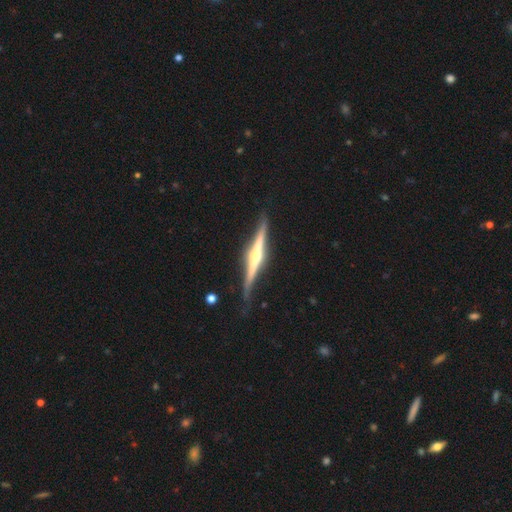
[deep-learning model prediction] This appears to be a featured or disk galaxy (83%) viewed edge-on (98%) with a rounded central bulge (87%). Merging: none (82%).